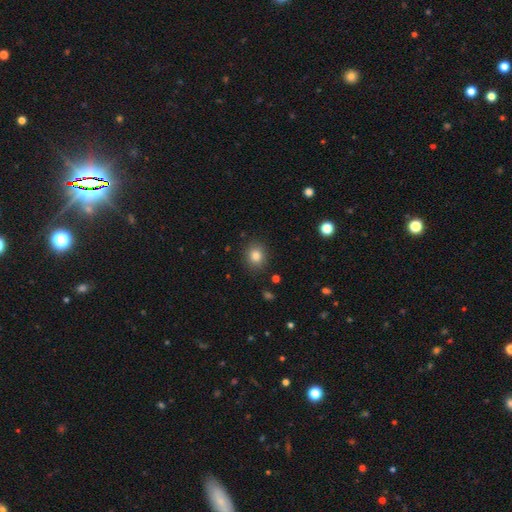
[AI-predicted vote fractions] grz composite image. It shows a smooth galaxy with no disk features (83%) that is round (65%). Merging: none (87%).